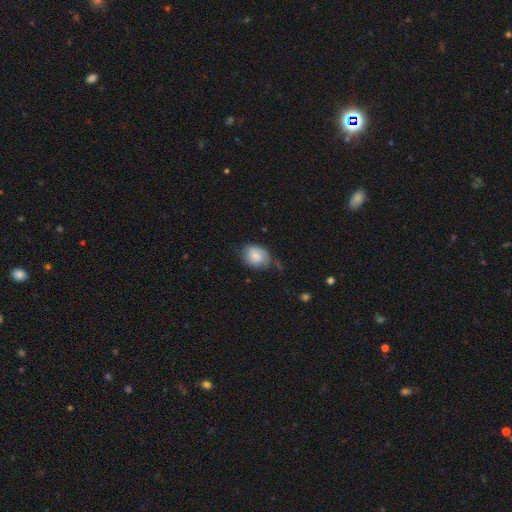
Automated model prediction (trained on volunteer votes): Morphology: type=smooth (74%); roundness=in between (63%); merging=none (58%).